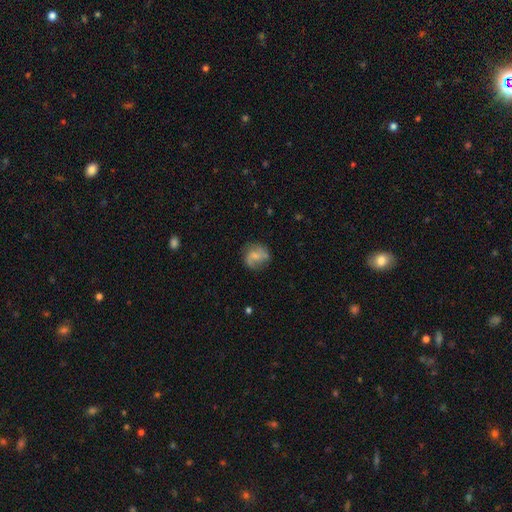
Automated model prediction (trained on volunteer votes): Overall: featured or disk (47%; smooth 44%). Merging: none (66%).